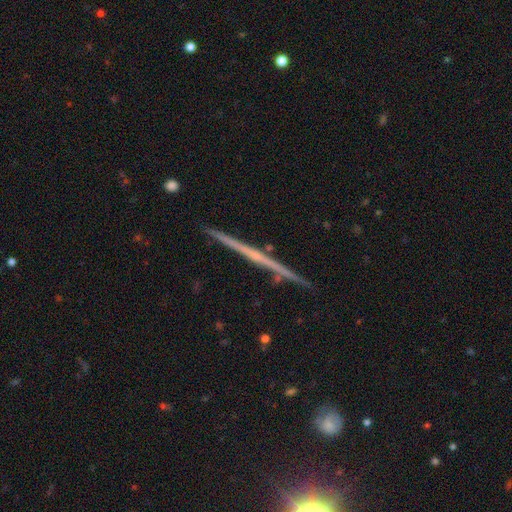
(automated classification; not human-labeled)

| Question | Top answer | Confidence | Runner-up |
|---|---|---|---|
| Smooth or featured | featured or disk | 71% | smooth (20%) |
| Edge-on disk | yes | 98% | no (2%) |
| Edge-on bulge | none | 69% | rounded (24%) |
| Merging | none | 90% | minor disturbance (7%) |